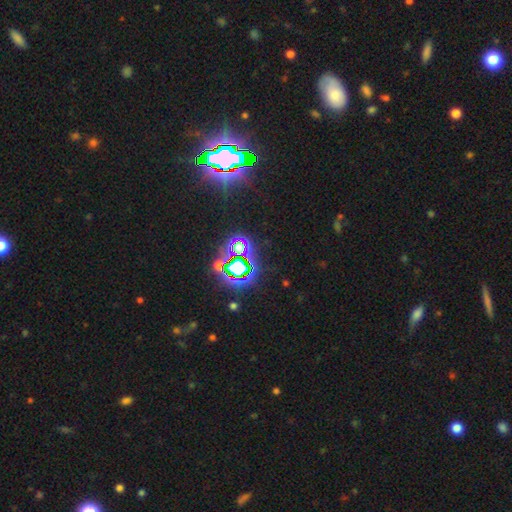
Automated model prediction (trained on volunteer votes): A star or artifact, not a galaxy (83%).

Vote fractions:
- Smooth or featured? star or artifact: 83% / smooth: 10% / featured or disk: 7%